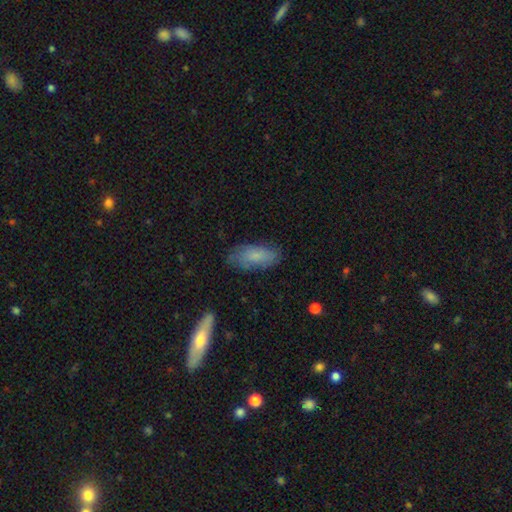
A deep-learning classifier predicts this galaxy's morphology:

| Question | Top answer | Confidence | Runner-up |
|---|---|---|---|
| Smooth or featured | smooth | 74% | featured or disk (19%) |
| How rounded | in between | 83% | cigar-shaped (15%) |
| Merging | none | 73% | minor disturbance (20%) |